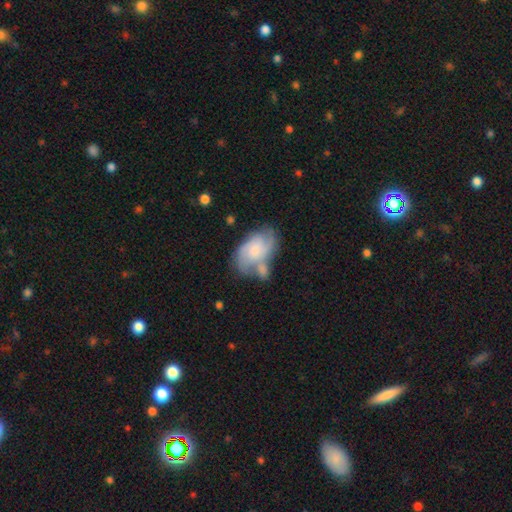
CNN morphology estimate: Q: Smooth or featured?
A: featured or disk (62%); runner-up: smooth (31%)
Q: Edge-on disk?
A: no (97%); runner-up: yes (3%)
Q: Bar?
A: no (66%); runner-up: weak (29%)
Q: Spiral arms?
A: yes (87%); runner-up: no (13%)
Q: Spiral winding?
A: medium (46%); runner-up: tight (32%)
Q: Spiral arm count?
A: 2 (43%); runner-up: can't tell (25%)
Q: Bulge size?
A: small (51%); runner-up: moderate (29%)
Q: Merging?
A: none (35%); runner-up: merger (33%)